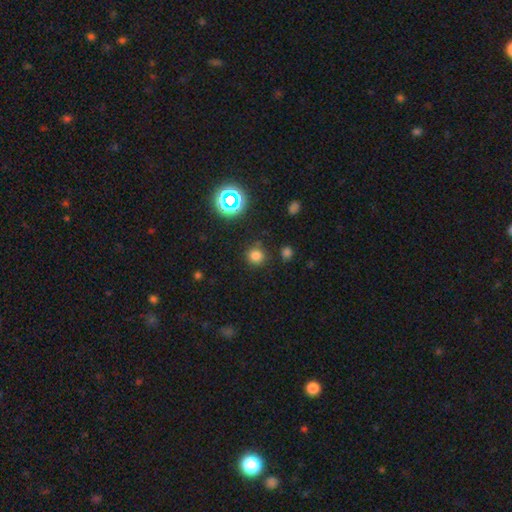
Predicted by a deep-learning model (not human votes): This is likely a smooth galaxy (74%). How rounded: clearly round (91%). Merging: clearly none (83%).